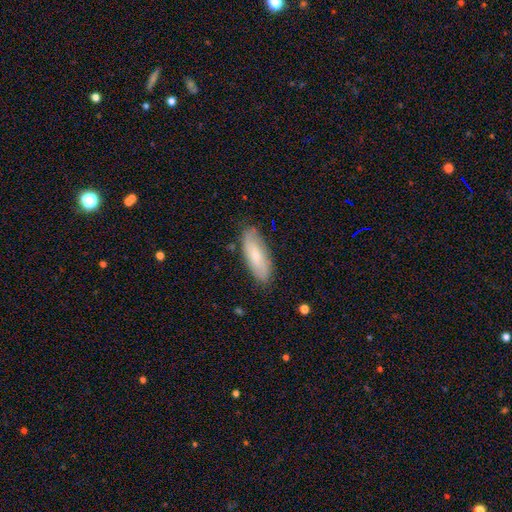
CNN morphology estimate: A smooth galaxy with no disk features (65%) that is in between round and cigar-shaped (66%).

Vote fractions:
- Smooth or featured? smooth: 65% / featured or disk: 28% / star or artifact: 7%
- How rounded? in between: 66% / cigar-shaped: 32% / round: 2%
- Merging? none: 78% / minor disturbance: 17% / major disturbance: 3% / merger: 1%